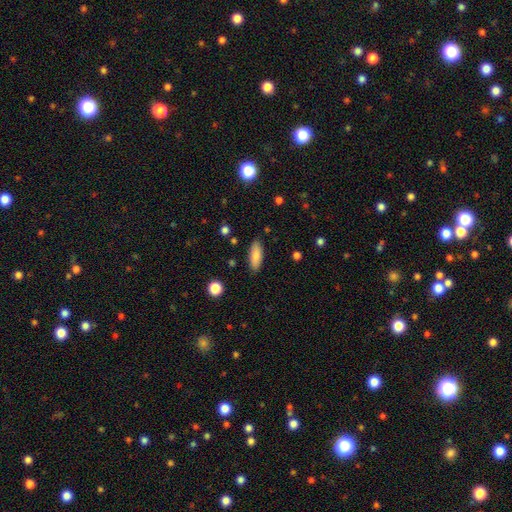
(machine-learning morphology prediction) Smooth or featured? smooth (84%)
How rounded? in between (69%)
Merging? none (87%)